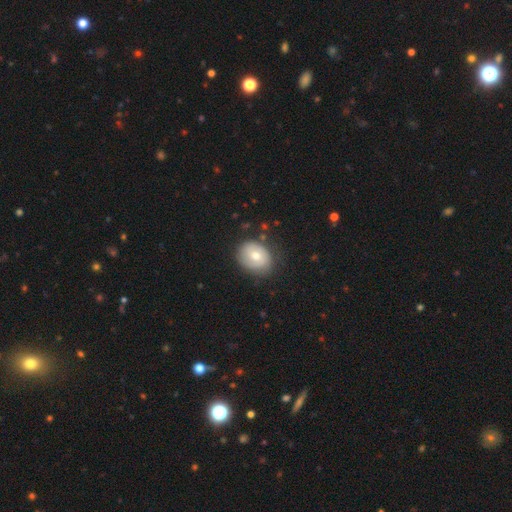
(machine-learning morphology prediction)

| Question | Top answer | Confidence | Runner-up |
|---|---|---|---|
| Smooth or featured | smooth | 57% | featured or disk (36%) |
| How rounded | in between | 50% | round (49%) |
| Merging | none | 74% | minor disturbance (19%) |